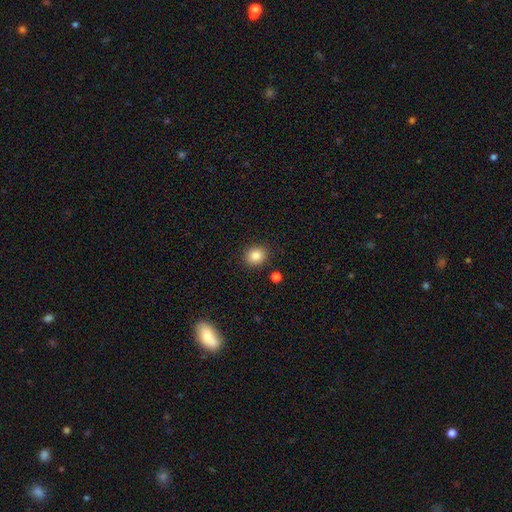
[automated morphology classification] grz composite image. It shows a smooth galaxy with no disk features (86%) that is round (76%). Merging: none (88%).